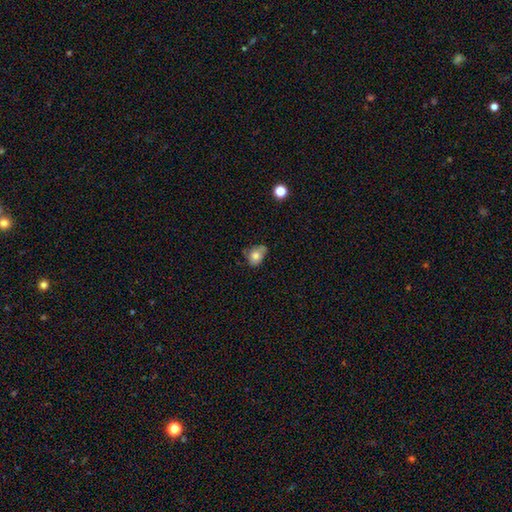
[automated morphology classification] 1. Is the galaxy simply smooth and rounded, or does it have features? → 75% smooth, 15% featured or disk, 10% star or artifact.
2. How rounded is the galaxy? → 65% in between, 34% round, 1% cigar-shaped.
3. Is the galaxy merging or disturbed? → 44% none, 40% minor disturbance, 12% major disturbance, 4% merger.